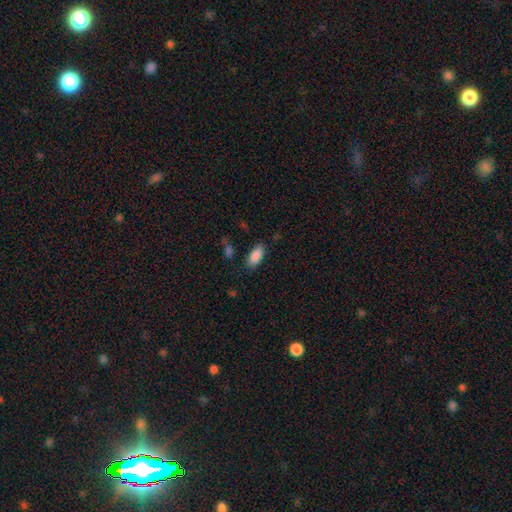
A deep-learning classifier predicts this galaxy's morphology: A smooth galaxy with no disk features (89%) that is in between round and cigar-shaped (89%). Merging: none (83%).